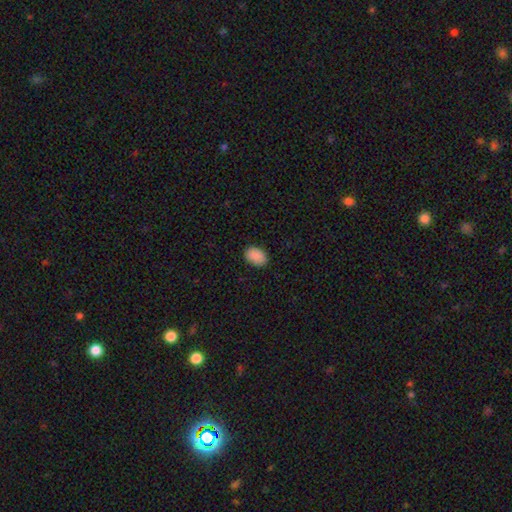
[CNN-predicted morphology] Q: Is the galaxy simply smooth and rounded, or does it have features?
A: smooth — 90%.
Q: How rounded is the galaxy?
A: in between — 84%.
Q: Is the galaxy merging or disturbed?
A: none — 87%.